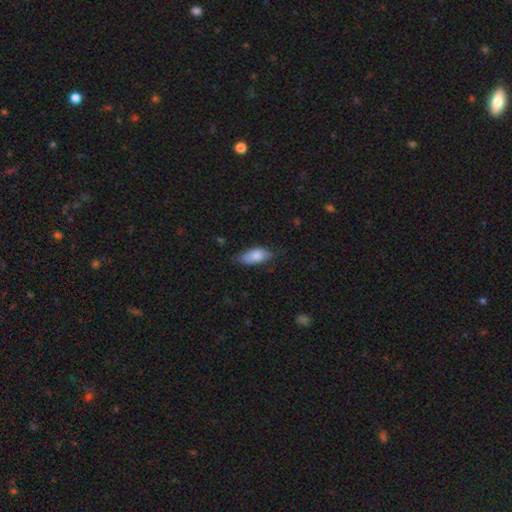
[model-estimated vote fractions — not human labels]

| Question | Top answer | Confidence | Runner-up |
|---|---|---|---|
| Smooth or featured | smooth | 81% | featured or disk (13%) |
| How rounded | in between | 86% | cigar-shaped (12%) |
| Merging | none | 71% | minor disturbance (24%) |